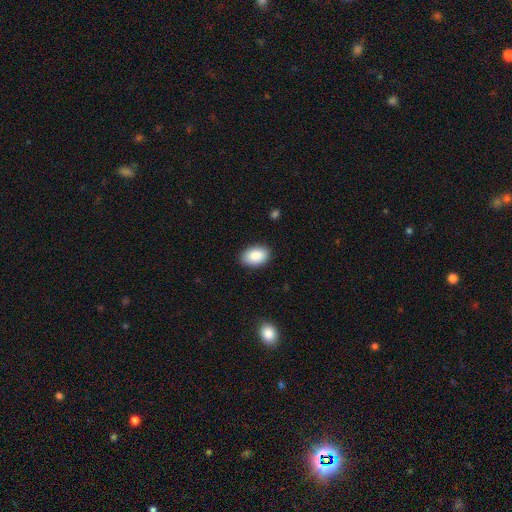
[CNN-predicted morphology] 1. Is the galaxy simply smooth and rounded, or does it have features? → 87% smooth, 7% star or artifact, 6% featured or disk.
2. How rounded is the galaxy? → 88% in between, 11% round, 1% cigar-shaped.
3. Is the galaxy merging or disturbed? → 88% none, 9% minor disturbance, 2% major disturbance, 1% merger.